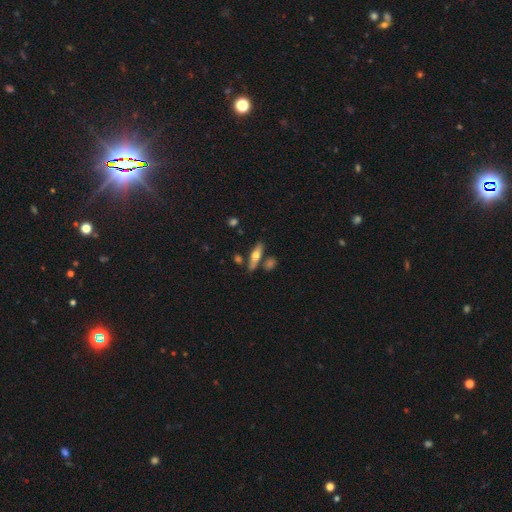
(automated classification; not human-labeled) Morphology: type=smooth (49%); merging=none (74%).